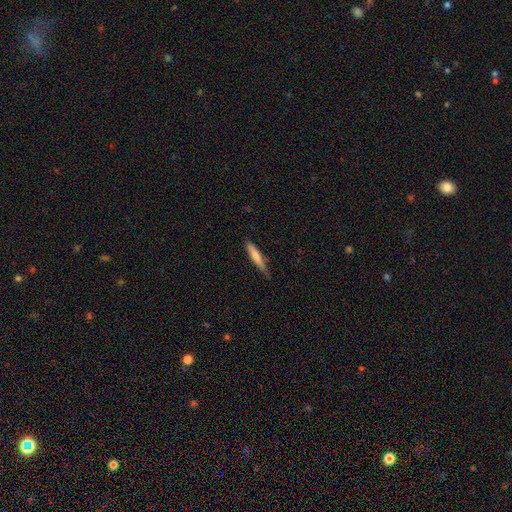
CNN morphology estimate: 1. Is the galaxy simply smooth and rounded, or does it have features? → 68% smooth, 26% featured or disk, 6% star or artifact.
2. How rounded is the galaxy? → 89% cigar-shaped, 10% in between, 1% round.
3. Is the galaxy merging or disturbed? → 68% none, 27% minor disturbance, 4% major disturbance, 2% merger.